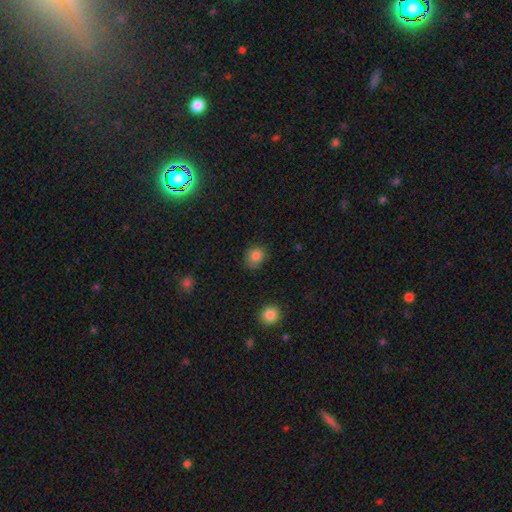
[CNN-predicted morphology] smooth-or-featured: smooth: 84% | star or artifact: 11% | featured or disk: 5%
  how-rounded: round: 68% | in between: 31% | cigar-shaped: 1%
  merging: none: 74% | minor disturbance: 20% | major disturbance: 4% | merger: 2%